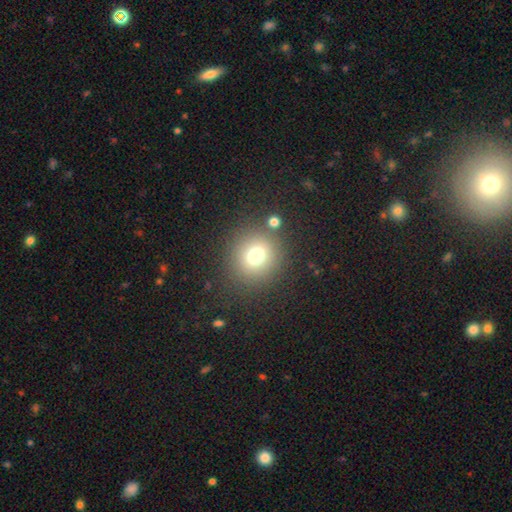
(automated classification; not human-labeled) A smooth galaxy with no disk features (72%) that is round (90%).

Vote fractions:
- Smooth or featured? smooth: 72% / star or artifact: 17% / featured or disk: 11%
- How rounded? round: 90% / in between: 9% / cigar-shaped: 1%
- Merging? none: 82% / minor disturbance: 8% / merger: 6% / major disturbance: 5%